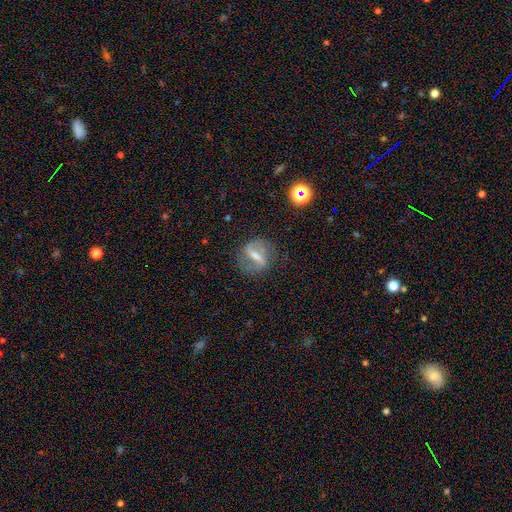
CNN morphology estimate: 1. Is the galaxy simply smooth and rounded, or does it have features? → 75% featured or disk, 16% smooth, 9% star or artifact.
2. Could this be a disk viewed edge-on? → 91% no, 9% yes.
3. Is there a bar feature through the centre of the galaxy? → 68% strong, 25% weak, 8% no.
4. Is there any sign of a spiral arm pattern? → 75% yes, 25% no.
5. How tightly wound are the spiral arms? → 41% medium, 37% loose, 22% tight.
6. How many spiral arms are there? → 86% 2, 8% can't tell, 3% 1, 1% 3, 1% 4, 1% more than 4.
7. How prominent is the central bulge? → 42% moderate, 40% small, 11% none, 5% large, 1% dominant.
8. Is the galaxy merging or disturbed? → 80% none, 13% minor disturbance, 6% major disturbance, 2% merger.